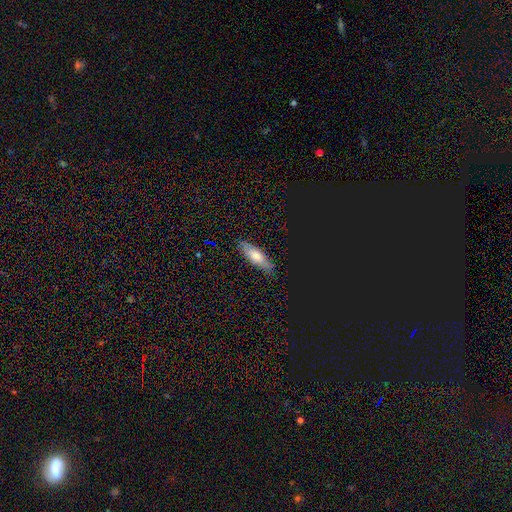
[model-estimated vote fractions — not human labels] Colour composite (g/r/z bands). It shows a smooth galaxy with no disk features (61%) that is cigar-shaped (53%). Merging: none (86%).